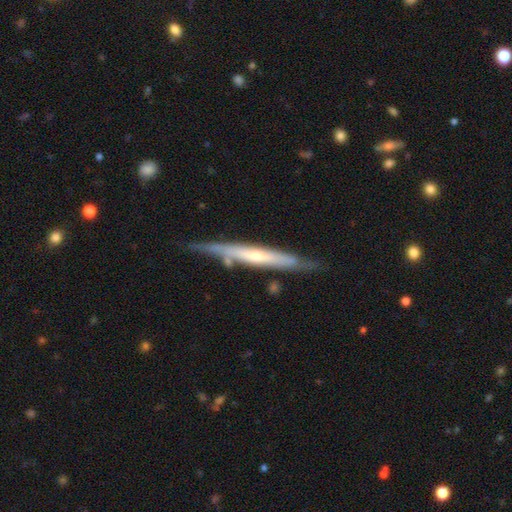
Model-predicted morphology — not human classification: Smooth or featured: featured or disk — 69% (smooth — 26%)
Edge-on disk: yes — 86% (no — 14%)
Edge-on bulge: rounded — 50% (none — 44%)
Merging: none — 73% (minor disturbance — 19%)